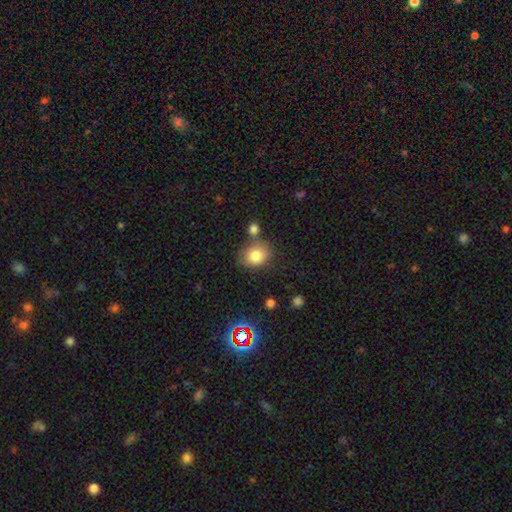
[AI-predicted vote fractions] smooth_or_featured: smooth (p=0.81) [alt: star or artifact p=0.10]
how_rounded: round (p=0.55) [alt: in between p=0.44]
merging: none (p=0.68) [alt: minor disturbance p=0.15]